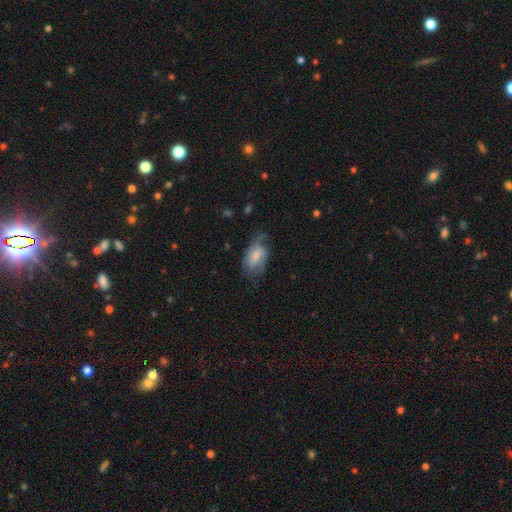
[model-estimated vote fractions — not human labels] smooth 50%, featured or disk 43%, star or artifact 7%. Down the decision tree: merging — none (45%).